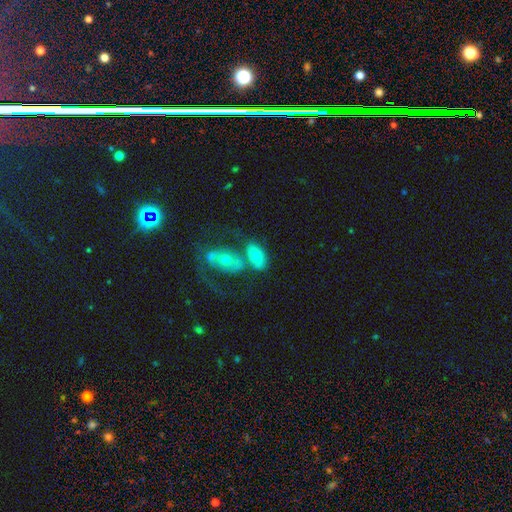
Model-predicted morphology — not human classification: A smooth galaxy with no disk features (67%) that is in between round and cigar-shaped (90%). Merging: merger (44%).